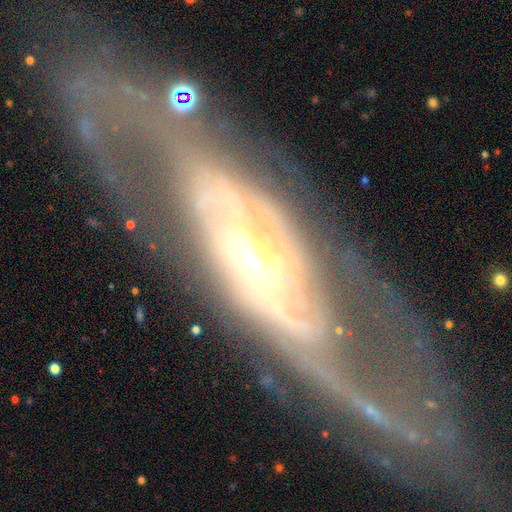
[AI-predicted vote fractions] A featured or disk galaxy (86%) with no bar (45%), 2 (71%) medium (43%) spiral arms (85%) and a moderate central bulge (46%).

Vote fractions:
- Smooth or featured? featured or disk: 86% / smooth: 8% / star or artifact: 6%
- Edge-on disk? no: 81% / yes: 19%
- Bar? no: 45% / weak: 31% / strong: 24%
- Spiral arms? yes: 85% / no: 15%
- Spiral winding? medium: 43% / tight: 35% / loose: 22%
- Spiral arm count? 2: 71% / can't tell: 17% / 3: 4% / 1: 3% / 4: 2% / more than 4: 2%
- Bulge size? moderate: 46% / small: 37% / large: 13% / dominant: 2% / none: 2%
- Merging? none: 71% / minor disturbance: 14% / major disturbance: 13% / merger: 2%